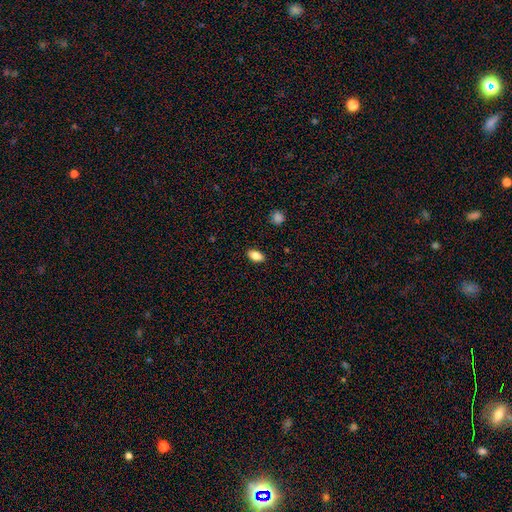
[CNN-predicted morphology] Smooth or featured?
  - smooth: 84% *
  - star or artifact: 8%
  - featured or disk: 8%
How rounded?
  - in between: 90% *
  - round: 5%
  - cigar-shaped: 5%
Merging?
  - none: 89% *
  - minor disturbance: 8%
  - major disturbance: 2%
  - merger: 1%